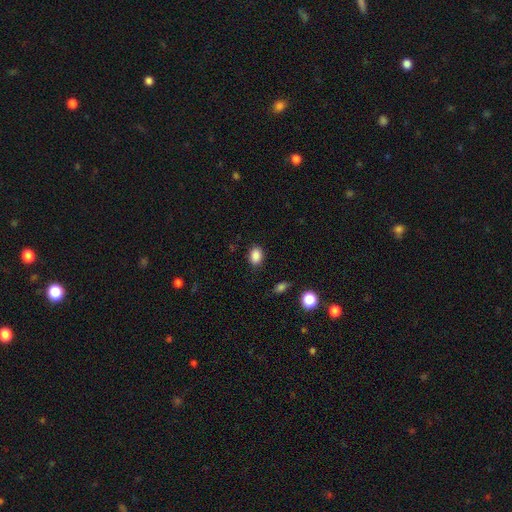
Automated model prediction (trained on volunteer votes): smooth 87%, star or artifact 9%, featured or disk 3%. Down the decision tree: how rounded — in between (73%); merging — none (85%).